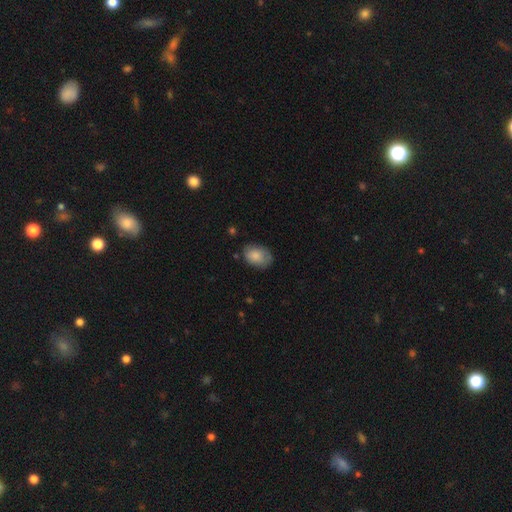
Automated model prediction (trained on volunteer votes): Morphology: type=smooth (82%); roundness=in between (79%); merging=none (67%).